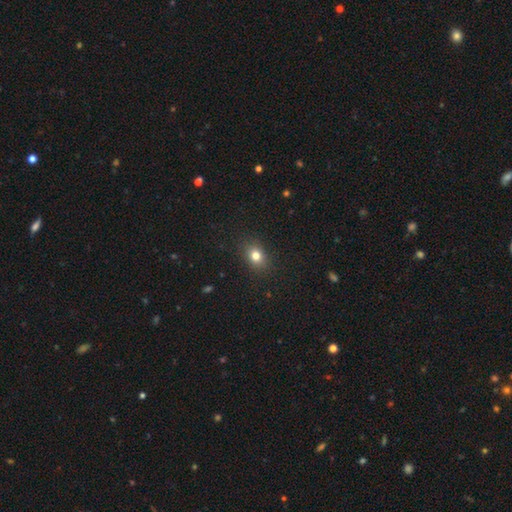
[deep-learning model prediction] Q: Smooth or featured?
A: smooth (80%); runner-up: star or artifact (13%)
Q: How rounded?
A: in between (49%); tied with: round (49%)
Q: Merging?
A: none (87%); runner-up: minor disturbance (9%)